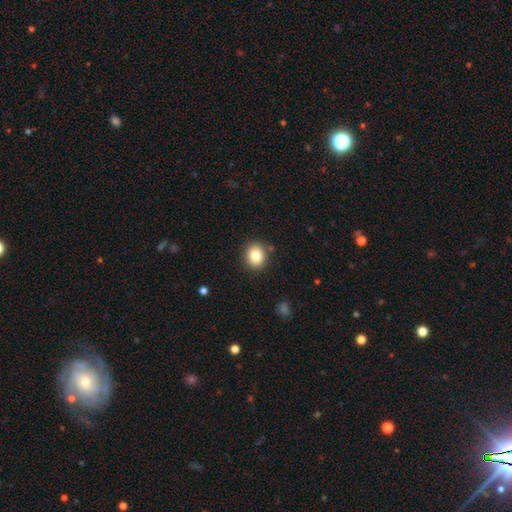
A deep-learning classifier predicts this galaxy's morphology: smooth 84%, star or artifact 9%, featured or disk 7%. Down the decision tree: how rounded — round (63%); merging — none (86%).